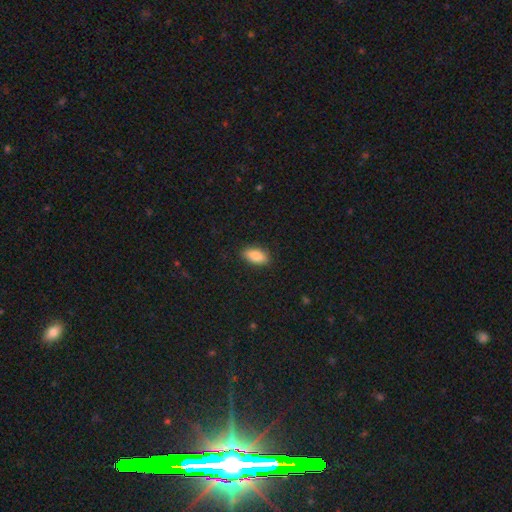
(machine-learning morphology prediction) A smooth galaxy with no disk features (85%) that is in between round and cigar-shaped (87%). Merging: none (88%).